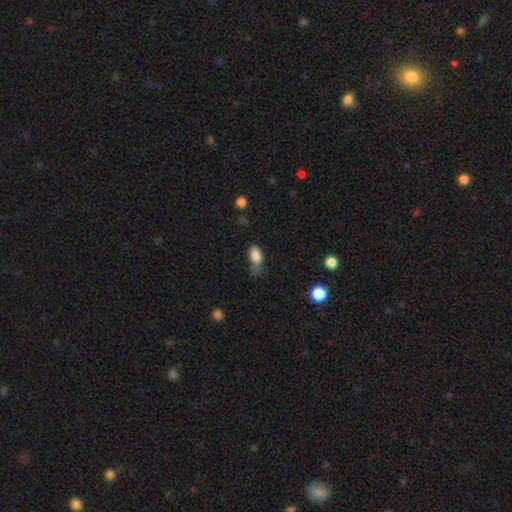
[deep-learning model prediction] smooth 83%, star or artifact 10%, featured or disk 8%. Down the decision tree: how rounded — in between (87%); merging — minor disturbance (36%).